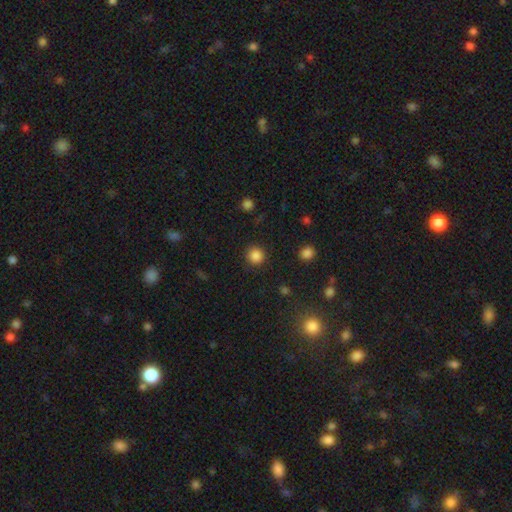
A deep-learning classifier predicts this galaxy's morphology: A smooth galaxy with no disk features (85%) that is round (93%).

Vote fractions:
- Smooth or featured? smooth: 85% / star or artifact: 11% / featured or disk: 4%
- How rounded? round: 93% / in between: 6% / cigar-shaped: 1%
- Merging? none: 90% / minor disturbance: 6% / major disturbance: 3% / merger: 1%